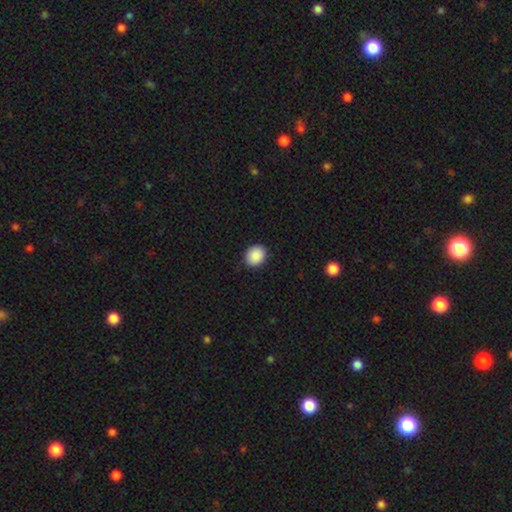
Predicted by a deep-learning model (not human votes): A smooth galaxy with no disk features (90%) that is round (56%).

Vote fractions:
- Smooth or featured? smooth: 90% / star or artifact: 8% / featured or disk: 3%
- How rounded? round: 56% / in between: 43% / cigar-shaped: 1%
- Merging? none: 90% / minor disturbance: 7% / major disturbance: 2% / merger: 1%